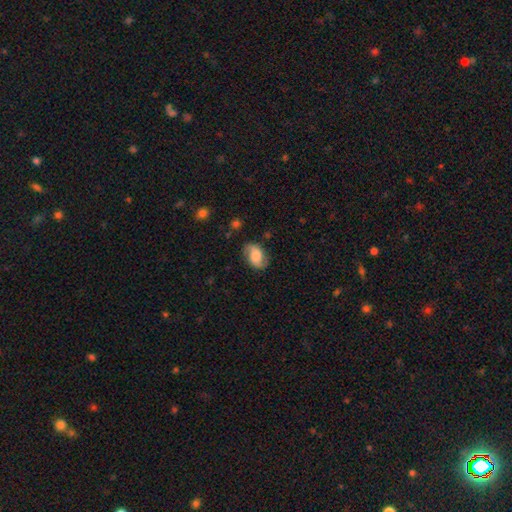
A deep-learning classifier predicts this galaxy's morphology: smooth-or-featured: featured or disk: 59% | smooth: 33% | star or artifact: 8%
  disk-edge-on: no: 97% | yes: 3%
    bar: no: 53% | weak: 37% | strong: 10%
    has-spiral-arms: yes: 92% | no: 8%
      spiral-winding: loose: 44% | medium: 39% | tight: 16%
      spiral-arm-count: 2: 90% | can't tell: 4% | 1: 3% | 3: 1% | 4: 1% | more than 4: 1%
    bulge-size: large: 30% | moderate: 28% | none: 19% | small: 17% | dominant: 6%
  merging: none: 76% | minor disturbance: 16% | major disturbance: 5% | merger: 2%